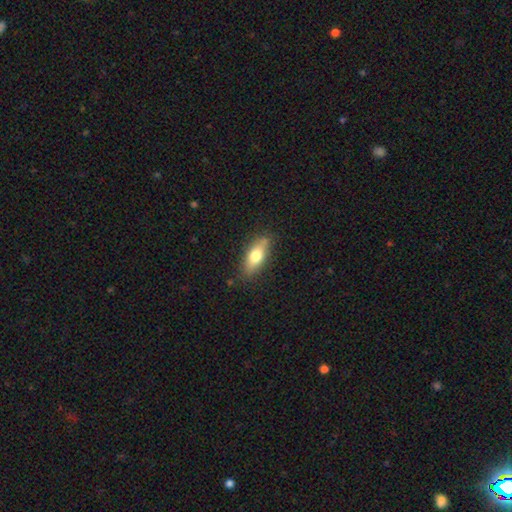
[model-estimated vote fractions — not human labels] Smooth or featured? smooth (70%)
How rounded? in between (75%)
Merging? none (79%)